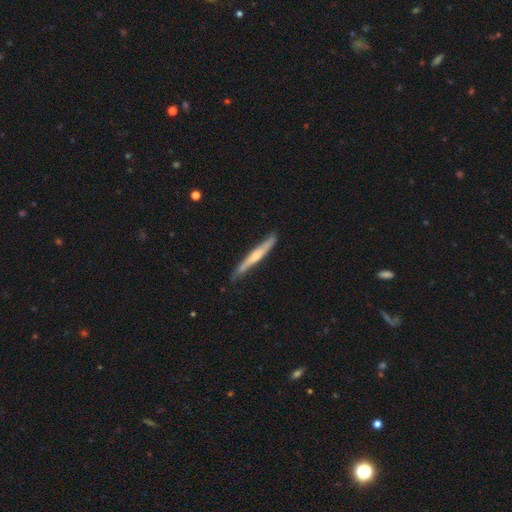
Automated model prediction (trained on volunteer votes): Q: Smooth or featured?
A: featured or disk (52%); runner-up: smooth (43%)
Q: Edge-on disk?
A: yes (93%); runner-up: no (7%)
Q: Merging?
A: none (75%); runner-up: minor disturbance (20%)